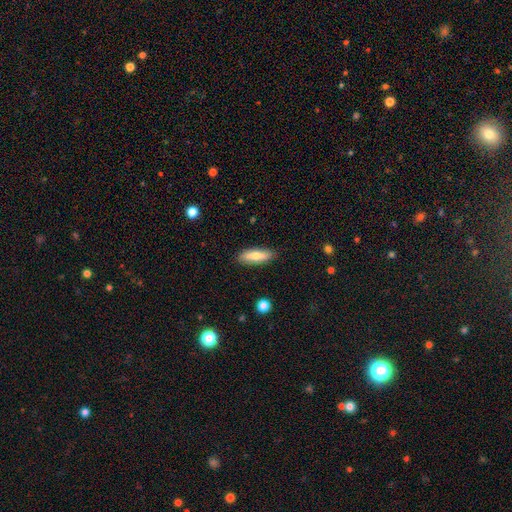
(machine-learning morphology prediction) This appears to be a smooth galaxy with no disk features (73%) that is in between round and cigar-shaped (53%). Merging: none (86%).